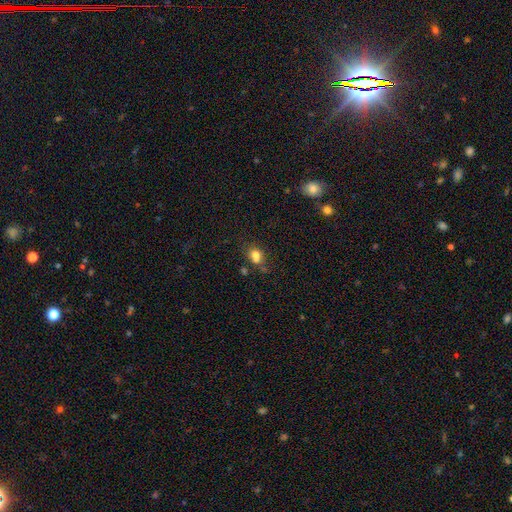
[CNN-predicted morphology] A smooth galaxy with no disk features (76%) that is round (53%).

Vote fractions:
- Smooth or featured? smooth: 76% / star or artifact: 13% / featured or disk: 11%
- How rounded? round: 53% / in between: 46% / cigar-shaped: 1%
- Merging? none: 48% / merger: 27% / minor disturbance: 17% / major disturbance: 7%